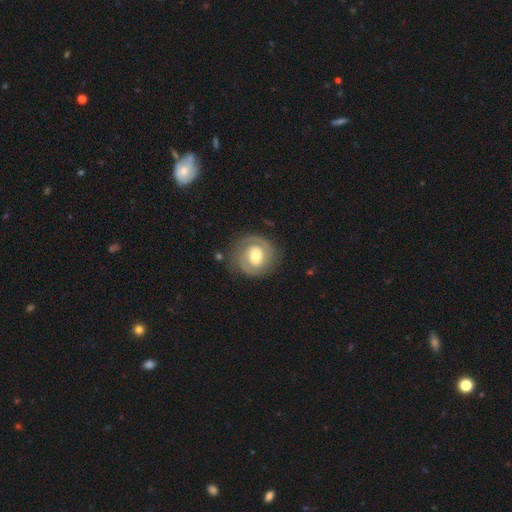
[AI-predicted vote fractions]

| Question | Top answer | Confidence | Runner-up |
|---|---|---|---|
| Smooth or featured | featured or disk | 74% | smooth (21%) |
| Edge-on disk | no | 97% | yes (3%) |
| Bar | no | 47% | weak (39%) |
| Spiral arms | yes | 87% | no (13%) |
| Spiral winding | tight | 64% | medium (28%) |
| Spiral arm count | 2 | 72% | can't tell (11%) |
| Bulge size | moderate | 66% | large (17%) |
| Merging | none | 79% | minor disturbance (13%) |